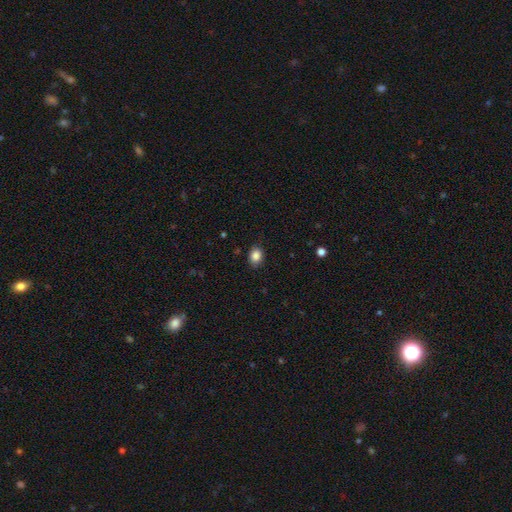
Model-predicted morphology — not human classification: Overall: smooth (87%). How rounded: in between (60%; round 39%). Merging: none (86%).